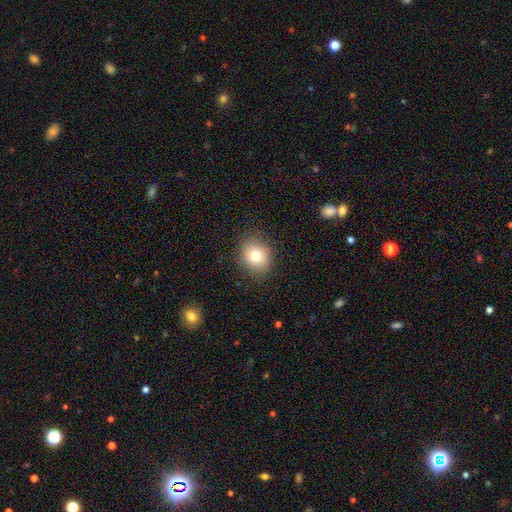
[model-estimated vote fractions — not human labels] Q: Smooth or featured?
A: smooth (78%); runner-up: star or artifact (11%)
Q: How rounded?
A: round (69%); runner-up: in between (30%)
Q: Merging?
A: none (87%); runner-up: minor disturbance (9%)